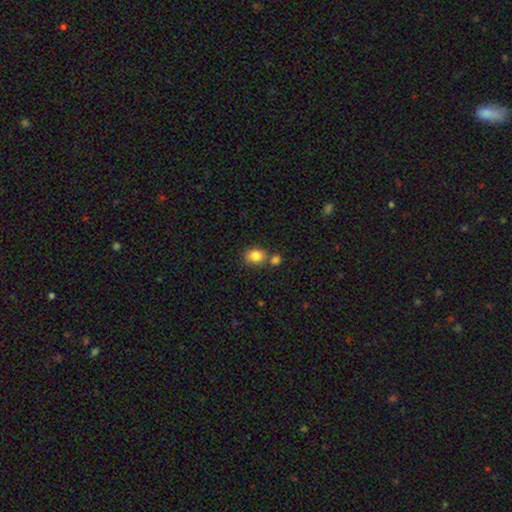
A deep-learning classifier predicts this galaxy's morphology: smooth_or_featured: smooth (p=0.84) [alt: star or artifact p=0.09]
how_rounded: round (p=0.51) [alt: in between p=0.48]
merging: none (p=0.62) [alt: merger p=0.24]